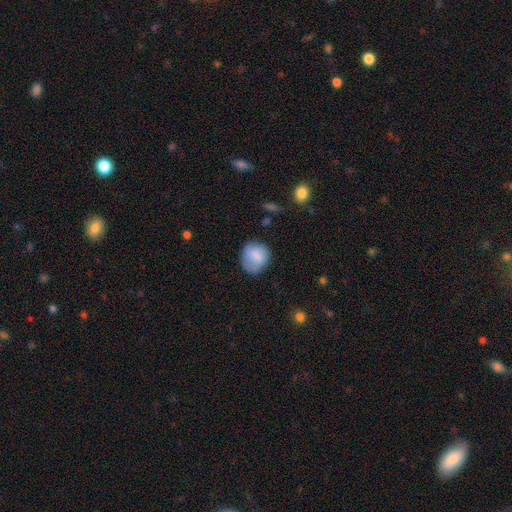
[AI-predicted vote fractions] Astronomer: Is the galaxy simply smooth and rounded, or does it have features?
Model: smooth — 80%.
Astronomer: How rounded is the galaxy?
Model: round — 72%.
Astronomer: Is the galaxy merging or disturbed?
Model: none — 66%.